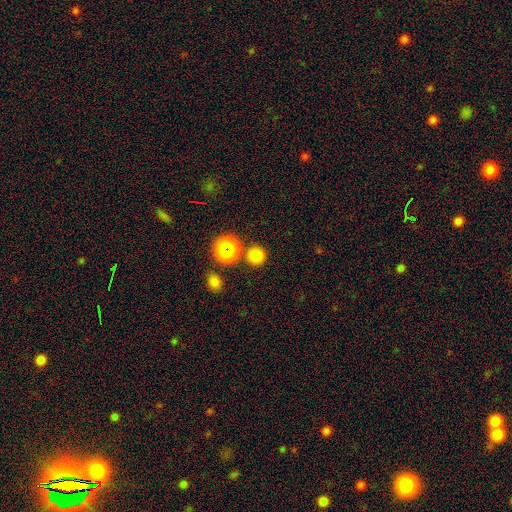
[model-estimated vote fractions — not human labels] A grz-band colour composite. It shows a smooth galaxy with no disk features (77%) that is round (93%). Merging: none (83%).